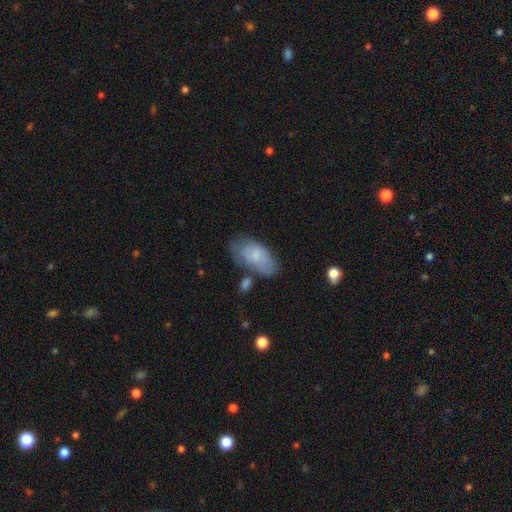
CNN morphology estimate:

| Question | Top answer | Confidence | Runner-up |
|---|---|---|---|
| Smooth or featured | smooth | 74% | featured or disk (20%) |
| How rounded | in between | 93% | cigar-shaped (4%) |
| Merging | none | 54% | minor disturbance (28%) |